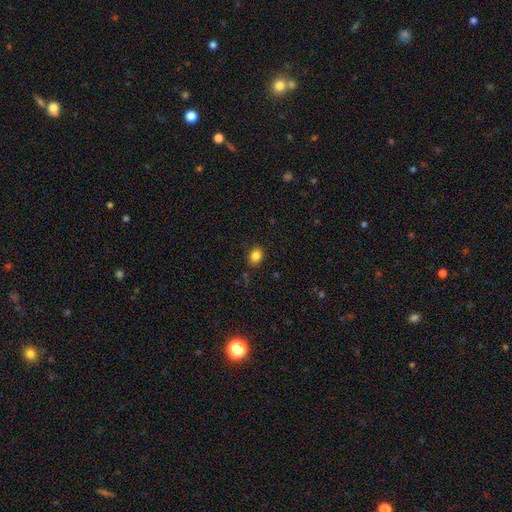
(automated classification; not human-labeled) The model was most divided on "how rounded": round: 52%, in between: 47%, cigar-shaped: 1%. More confident: merging — none (86%); smooth or featured — smooth (84%).